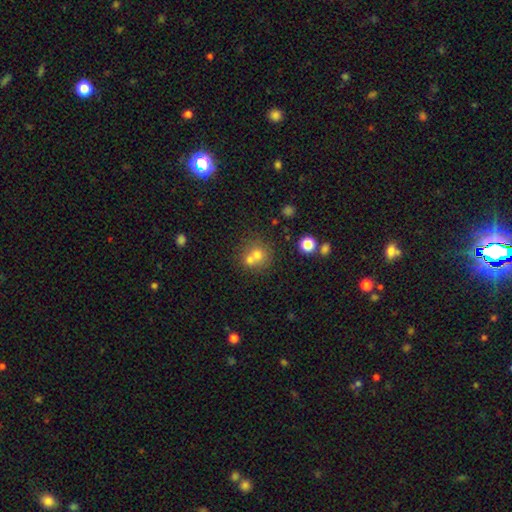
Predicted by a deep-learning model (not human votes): Overall: smooth (65%). How rounded: round (85%). Merging: merger (46%; none 44%).